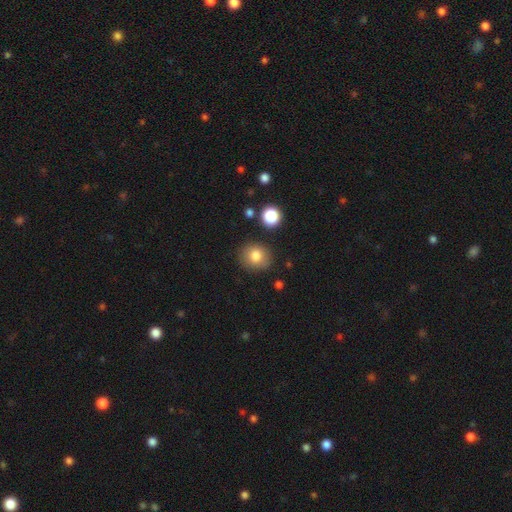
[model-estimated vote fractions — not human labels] A smooth galaxy with no disk features (81%) that is round (77%).

Vote fractions:
- Smooth or featured? smooth: 81% / star or artifact: 11% / featured or disk: 9%
- How rounded? round: 77% / in between: 22% / cigar-shaped: 1%
- Merging? none: 84% / minor disturbance: 11% / major disturbance: 3% / merger: 3%